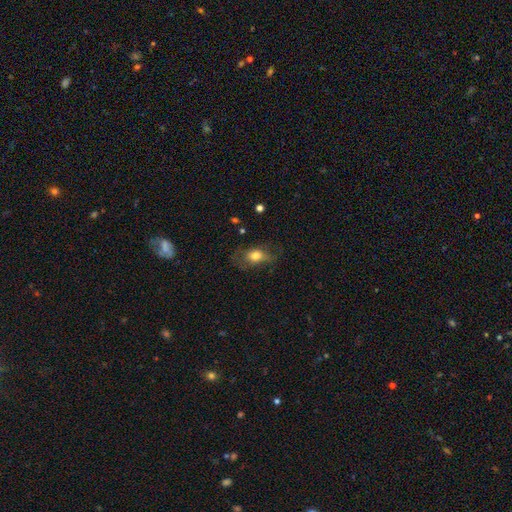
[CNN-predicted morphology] The model was most divided on "merging": none: 52%, minor disturbance: 26%, major disturbance: 20%, merger: 2%. More confident: how rounded — in between (74%); smooth or featured — smooth (68%).